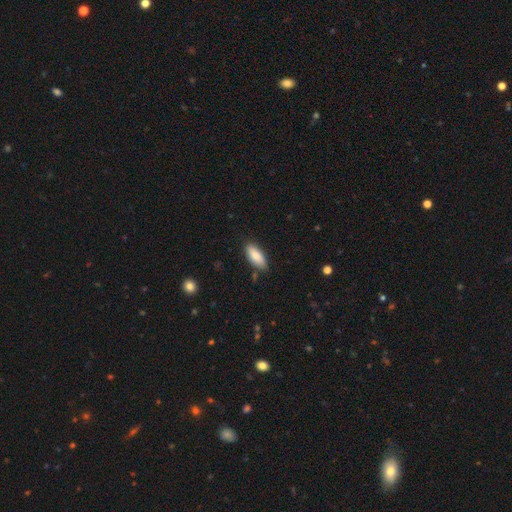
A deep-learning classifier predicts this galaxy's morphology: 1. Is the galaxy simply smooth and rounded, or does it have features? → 85% smooth, 9% featured or disk, 6% star or artifact.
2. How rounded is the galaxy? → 83% in between, 16% cigar-shaped, 2% round.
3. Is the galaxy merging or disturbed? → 82% none, 13% minor disturbance, 2% major disturbance, 2% merger.